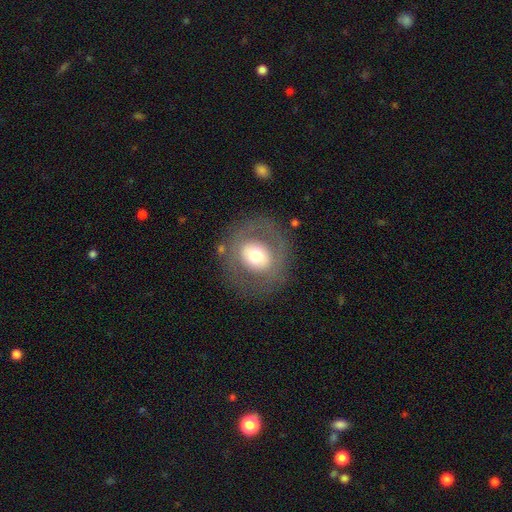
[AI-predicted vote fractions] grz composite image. It shows a smooth galaxy with no disk features (50%) that is round (81%). Merging: none (77%).